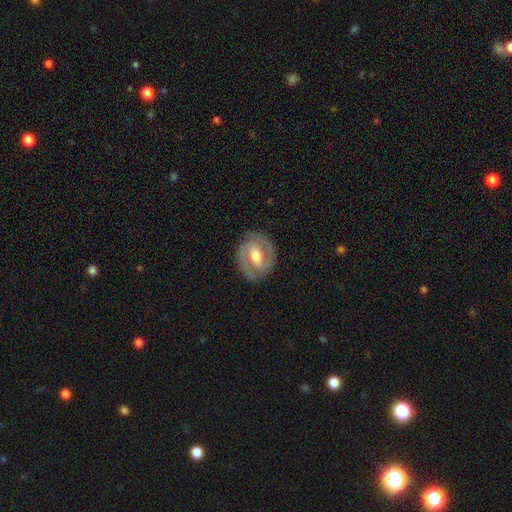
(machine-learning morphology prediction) This appears to be a featured or disk galaxy (82%) with a weak bar (42%), 2 (88%) tight (49%) spiral arms (89%) and a moderate central bulge (69%). Merging: none (83%).